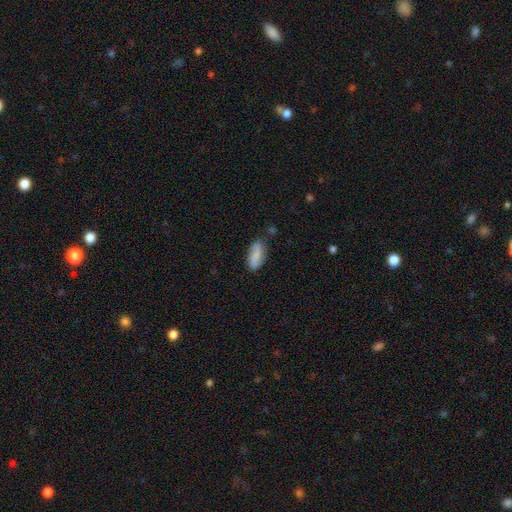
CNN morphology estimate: Smooth or featured? smooth (69%)
How rounded? in between (81%)
Merging? none (76%)